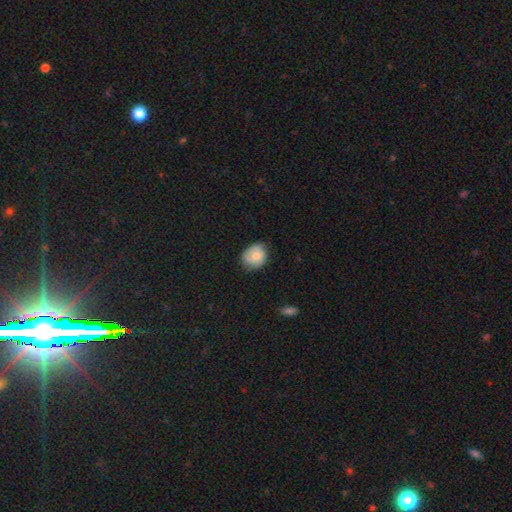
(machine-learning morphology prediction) The model was most divided on "how rounded": round: 61%, in between: 39%, cigar-shaped: 1%. More confident: smooth or featured — smooth (73%); merging — none (69%).